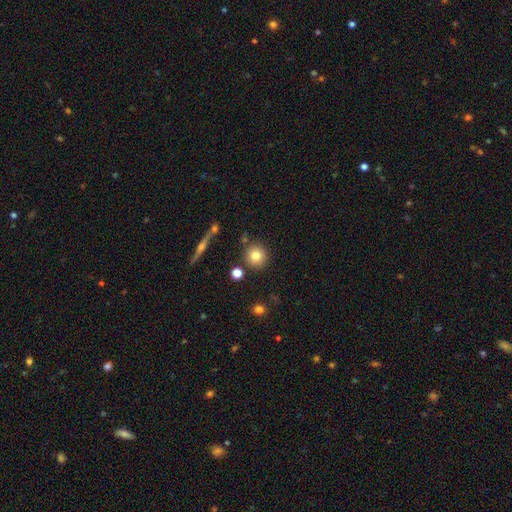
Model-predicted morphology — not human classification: This is likely a smooth galaxy (79%). How rounded: clearly round (93%). Merging: clearly none (84%).